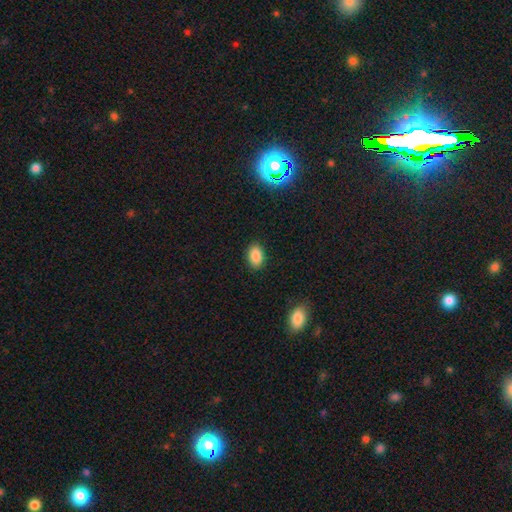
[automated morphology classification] A smooth galaxy with no disk features (86%) that is in between round and cigar-shaped (87%). Merging: none (88%).